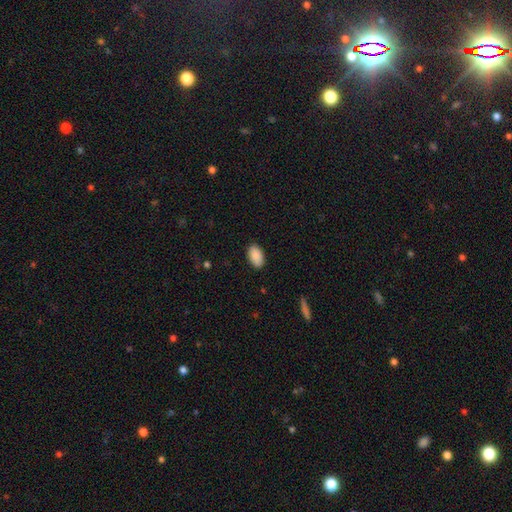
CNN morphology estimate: type=smooth (90%); roundness=in between (94%); merging=none (88%).